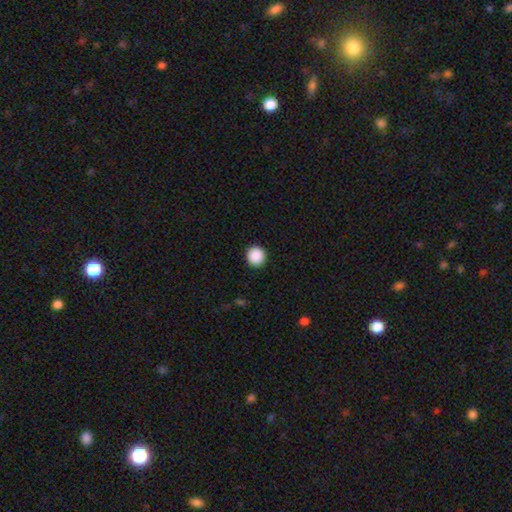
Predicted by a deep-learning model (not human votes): Smooth or featured?
  - smooth: 89% *
  - star or artifact: 9%
  - featured or disk: 2%
How rounded?
  - round: 95% *
  - in between: 4%
  - cigar-shaped: 1%
Merging?
  - none: 93% *
  - minor disturbance: 5%
  - major disturbance: 2%
  - merger: 1%